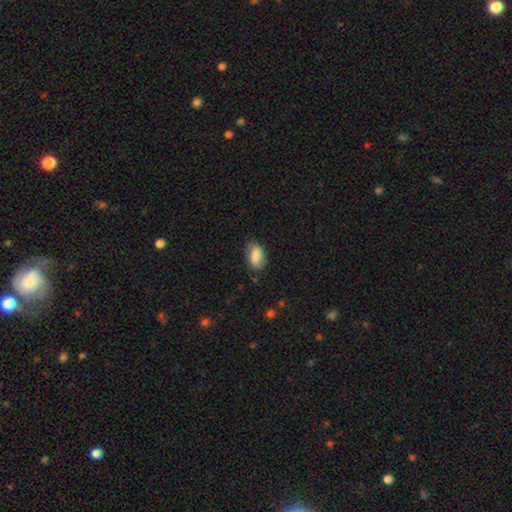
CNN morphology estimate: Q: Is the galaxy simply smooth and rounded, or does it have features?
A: smooth — 80%.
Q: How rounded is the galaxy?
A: in between — 90%.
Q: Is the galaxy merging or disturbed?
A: none — 70%.